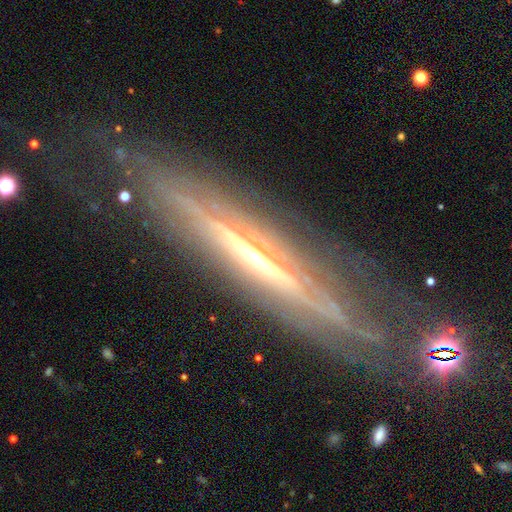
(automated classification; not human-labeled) This is clearly a featured or disk galaxy (85%). It is clearly viewed edge-on (87%). Edge-on bulge: likely rounded (63%). Merging: likely none (72%).